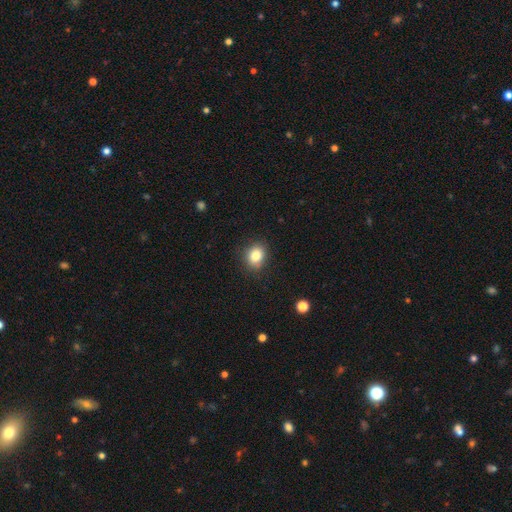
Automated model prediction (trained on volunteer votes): Smooth or featured?
  - smooth: 84% *
  - star or artifact: 10%
  - featured or disk: 6%
How rounded?
  - round: 55% *
  - in between: 44%
  - cigar-shaped: 1%
Merging?
  - none: 86% *
  - minor disturbance: 11%
  - major disturbance: 3%
  - merger: 1%